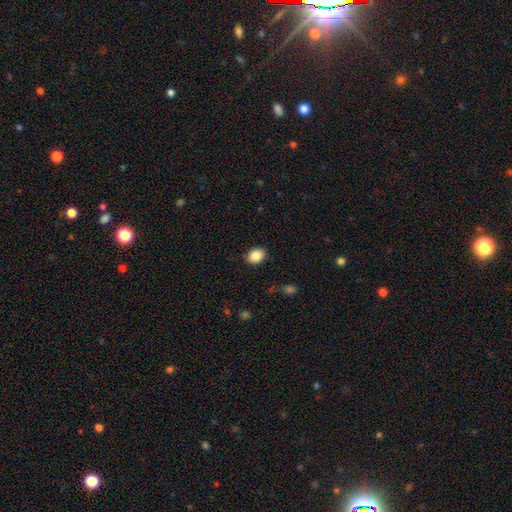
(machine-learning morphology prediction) A smooth galaxy with no disk features (85%) that is in between round and cigar-shaped (59%). Merging: none (87%).